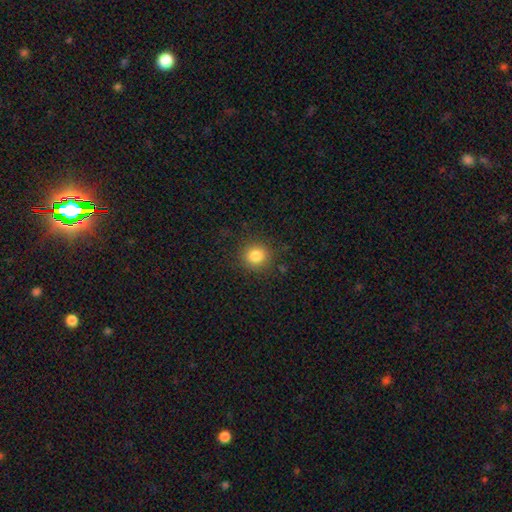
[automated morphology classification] A smooth galaxy with no disk features (82%) that is round (91%).

Vote fractions:
- Smooth or featured? smooth: 82% / star or artifact: 12% / featured or disk: 6%
- How rounded? round: 91% / in between: 8% / cigar-shaped: 1%
- Merging? none: 88% / minor disturbance: 8% / major disturbance: 3% / merger: 1%